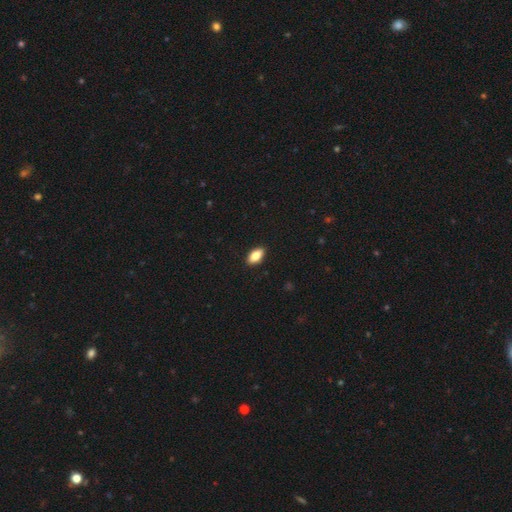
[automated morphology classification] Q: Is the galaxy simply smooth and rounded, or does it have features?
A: smooth — 80%.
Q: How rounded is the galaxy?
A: in between — 89%.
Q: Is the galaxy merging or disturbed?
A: none — 90%.